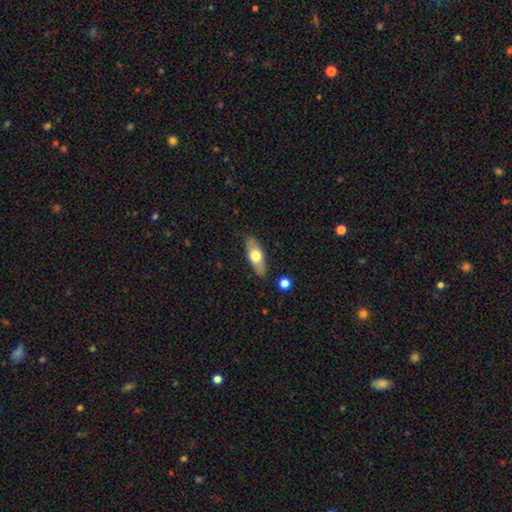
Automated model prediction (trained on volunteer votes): This appears to be a smooth galaxy with no disk features (59%) that is in between round and cigar-shaped (72%). Merging: none (83%).